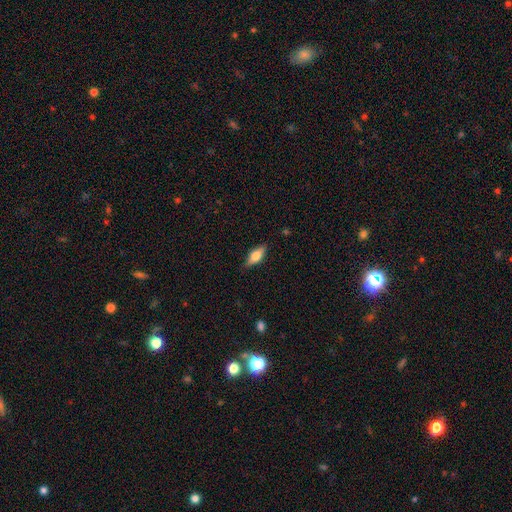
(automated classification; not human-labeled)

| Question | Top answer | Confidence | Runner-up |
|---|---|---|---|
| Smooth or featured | smooth | 65% | featured or disk (28%) |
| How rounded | in between | 74% | cigar-shaped (23%) |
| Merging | none | 83% | minor disturbance (13%) |